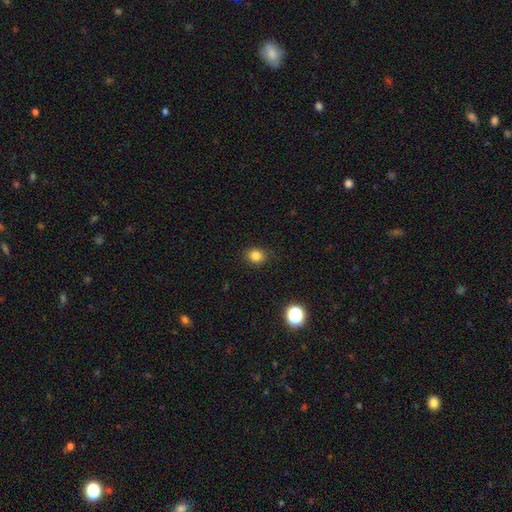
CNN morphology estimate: This appears to be a smooth galaxy with no disk features (83%) that is round (71%). Merging: none (87%).